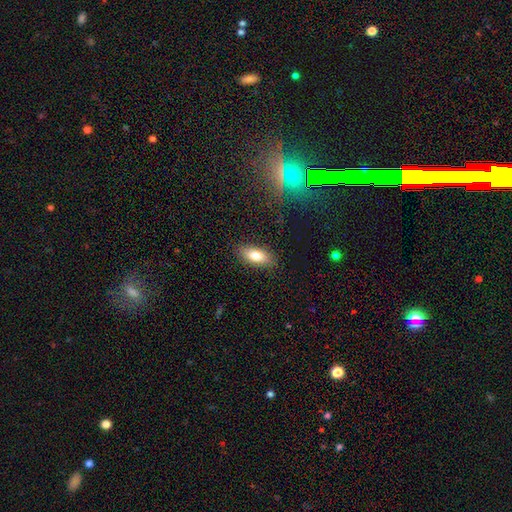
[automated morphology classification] Smooth or featured?
  - smooth: 81% *
  - featured or disk: 12%
  - star or artifact: 8%
How rounded?
  - in between: 84% *
  - cigar-shaped: 14%
  - round: 3%
Merging?
  - none: 86% *
  - minor disturbance: 11%
  - major disturbance: 3%
  - merger: 1%